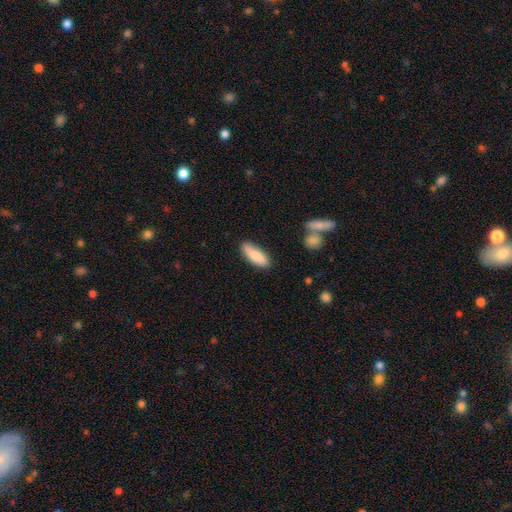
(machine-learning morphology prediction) Smooth or featured? smooth (82%)
How rounded? in between (63%)
Merging? none (80%)